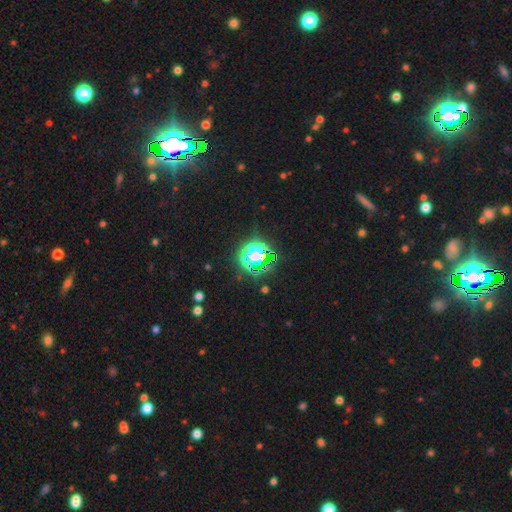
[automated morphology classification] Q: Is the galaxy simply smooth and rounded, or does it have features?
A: star or artifact — 60%.